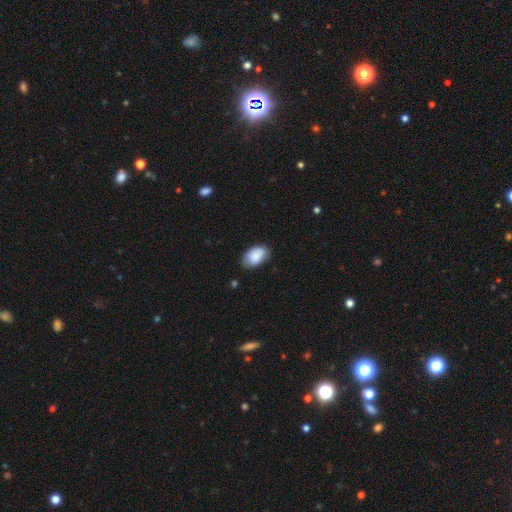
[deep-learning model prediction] Smooth or featured?
  - smooth: 86% *
  - featured or disk: 7%
  - star or artifact: 6%
How rounded?
  - in between: 93% *
  - round: 5%
  - cigar-shaped: 1%
Merging?
  - none: 77% *
  - minor disturbance: 18%
  - major disturbance: 3%
  - merger: 1%